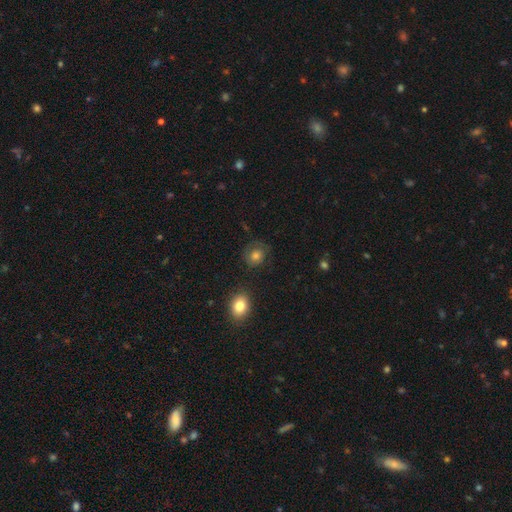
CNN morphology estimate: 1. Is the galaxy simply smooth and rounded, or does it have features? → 68% smooth, 21% featured or disk, 11% star or artifact.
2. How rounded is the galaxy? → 77% round, 22% in between, 1% cigar-shaped.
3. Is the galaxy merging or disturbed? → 71% none, 18% minor disturbance, 9% major disturbance, 2% merger.